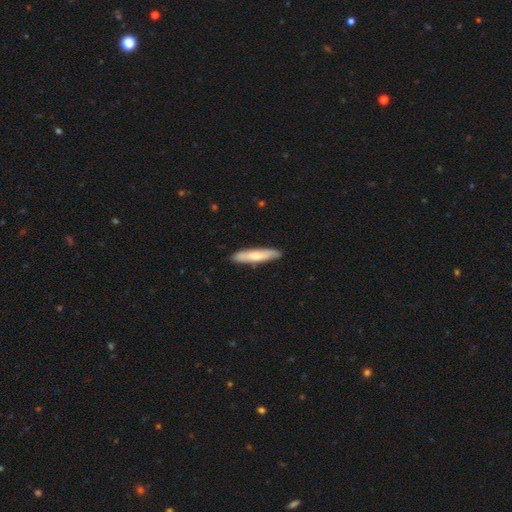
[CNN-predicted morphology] smooth-or-featured: smooth: 64% | featured or disk: 31% | star or artifact: 5%
  how-rounded: cigar-shaped: 87% | in between: 12% | round: 1%
  merging: none: 86% | minor disturbance: 11% | major disturbance: 2% | merger: 1%